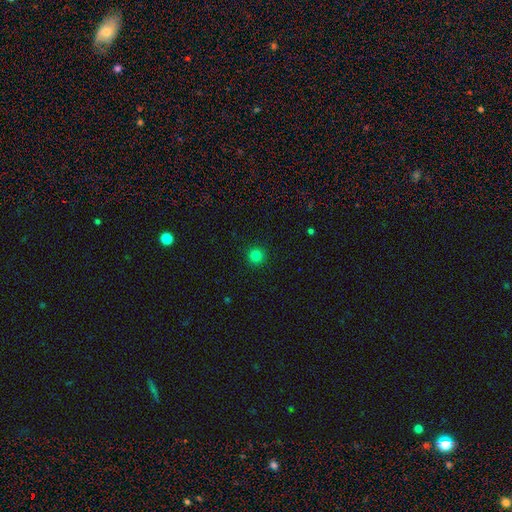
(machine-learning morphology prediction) This appears to be a smooth galaxy with no disk features (82%) that is round (95%). Merging: none (93%).